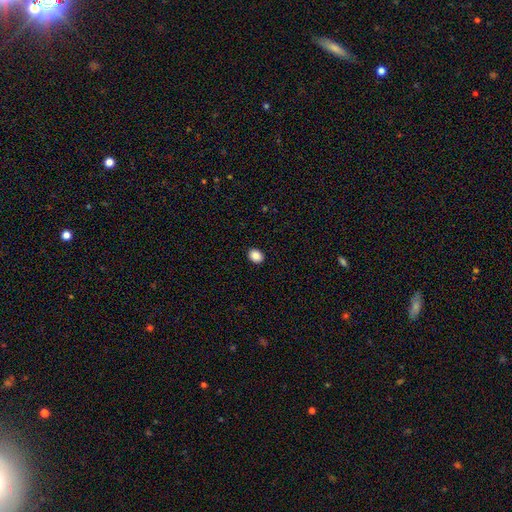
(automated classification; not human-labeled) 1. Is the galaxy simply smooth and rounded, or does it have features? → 88% smooth, 8% star or artifact, 4% featured or disk.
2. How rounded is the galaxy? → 55% in between, 45% round, 1% cigar-shaped.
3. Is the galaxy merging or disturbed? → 92% none, 6% minor disturbance, 2% major disturbance, 1% merger.